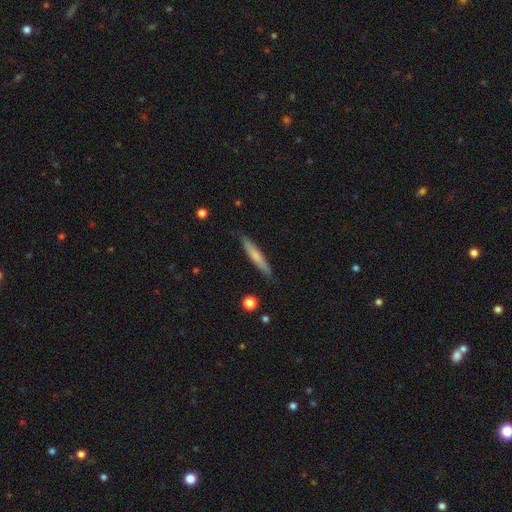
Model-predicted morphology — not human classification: This is likely a smooth galaxy (64%). How rounded: clearly cigar-shaped (93%). Merging: clearly none (86%).